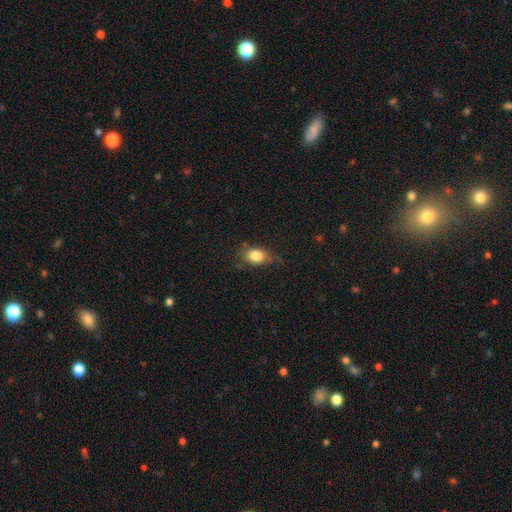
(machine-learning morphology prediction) Overall: smooth (82%). How rounded: in between (64%; round 34%). Merging: none (64%; minor disturbance 26%).